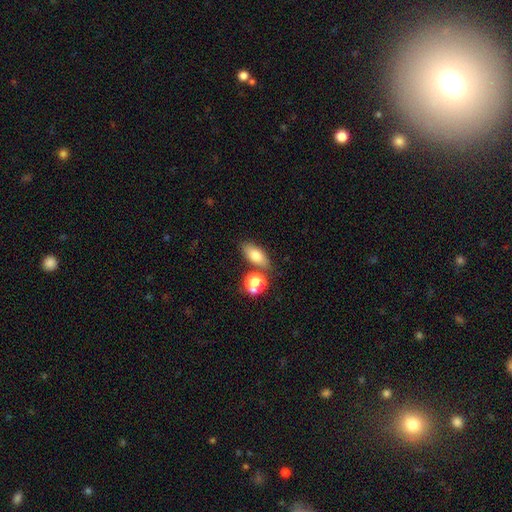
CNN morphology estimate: type=smooth (75%); roundness=in between (76%); merging=none (69%).